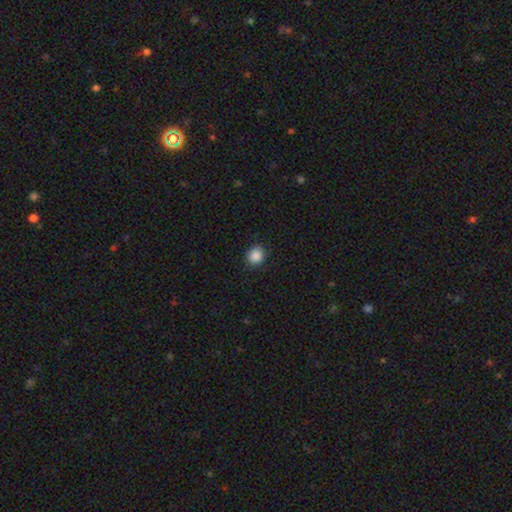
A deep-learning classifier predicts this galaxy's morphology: smooth_or_featured: smooth (p=0.88) [alt: star or artifact p=0.09]
how_rounded: round (p=0.78) [alt: in between p=0.21]
merging: none (p=0.89) [alt: minor disturbance p=0.08]